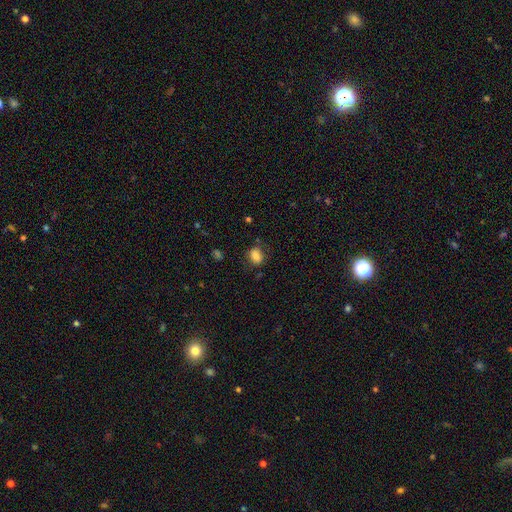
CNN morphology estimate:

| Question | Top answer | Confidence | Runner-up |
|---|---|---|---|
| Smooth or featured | smooth | 83% | star or artifact (10%) |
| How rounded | in between | 72% | round (26%) |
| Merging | none | 74% | minor disturbance (18%) |